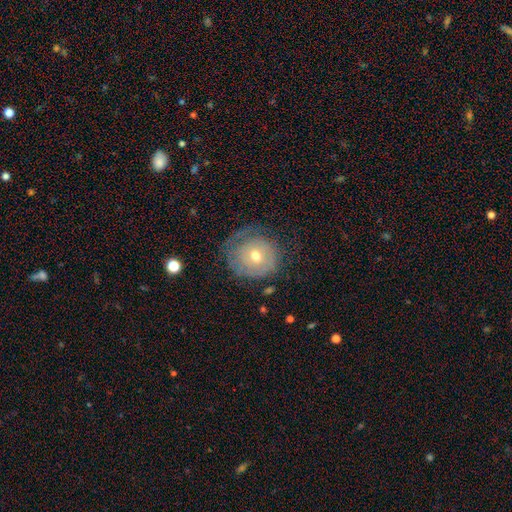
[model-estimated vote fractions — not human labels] featured or disk 54%, smooth 38%, star or artifact 9%. Down the decision tree: edge-on disk — no (96%); bar — no (84%); spiral arms — yes (61%); bulge size — moderate (59%); merging — none (58%).